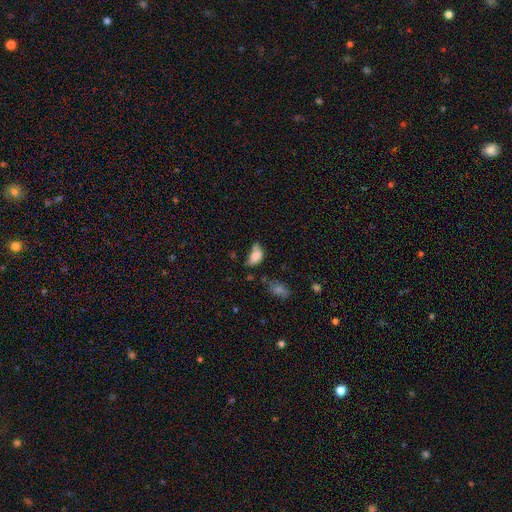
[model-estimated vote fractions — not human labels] A smooth galaxy with no disk features (78%) that is in between round and cigar-shaped (89%). Merging: none (32%).